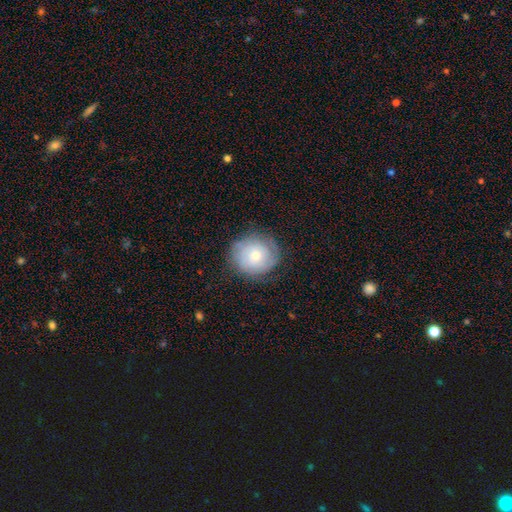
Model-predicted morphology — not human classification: A smooth galaxy with no disk features (49%).

Vote fractions:
- Smooth or featured? smooth: 49% / featured or disk: 42% / star or artifact: 8%
- Merging? none: 78% / minor disturbance: 15% / major disturbance: 6% / merger: 1%